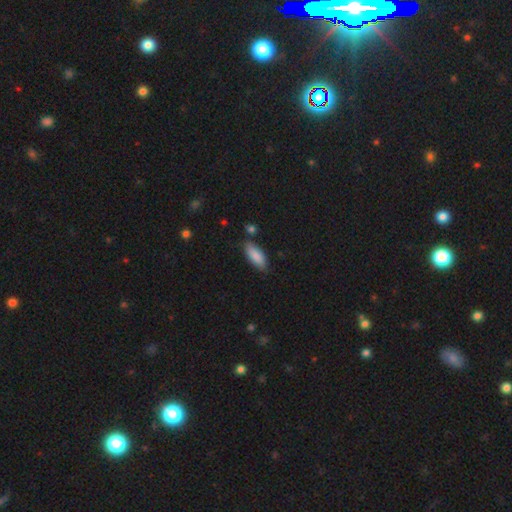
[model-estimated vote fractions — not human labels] Overall: smooth (88%). How rounded: in between (77%). Merging: none (80%).